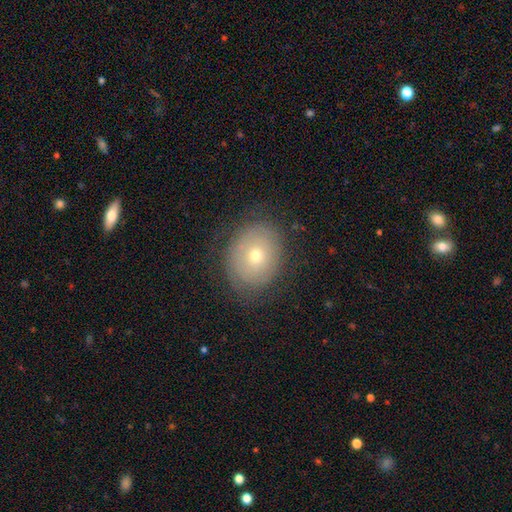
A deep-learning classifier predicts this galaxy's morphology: Smooth or featured? Predicted: smooth (p=0.54). How rounded? Predicted: round (p=0.55). Merging? Predicted: none (p=0.76).